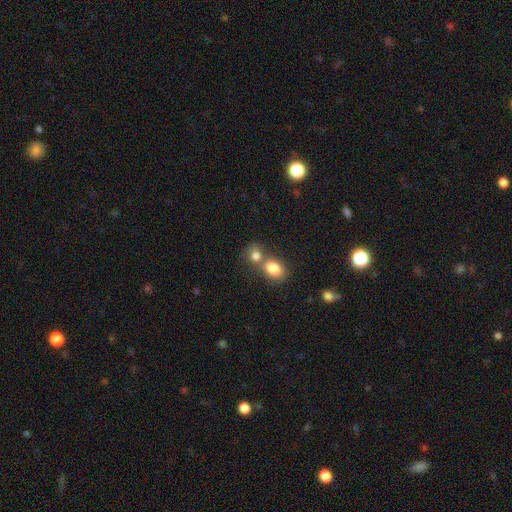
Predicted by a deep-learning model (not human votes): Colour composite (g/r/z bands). It shows a smooth galaxy with no disk features (81%) that is round (52%). Merging: merger (56%).